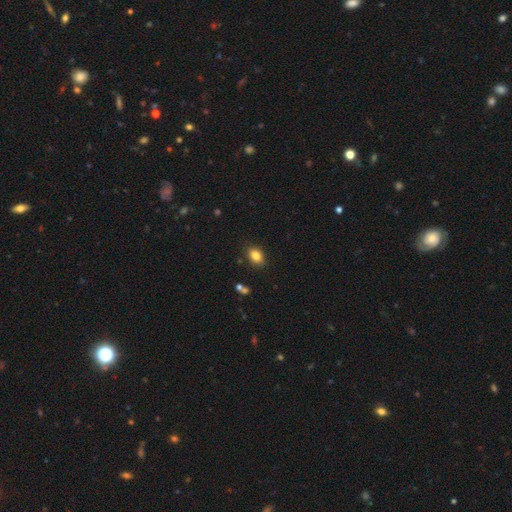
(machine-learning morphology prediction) Overall: smooth (84%). How rounded: in between (79%). Merging: none (85%).